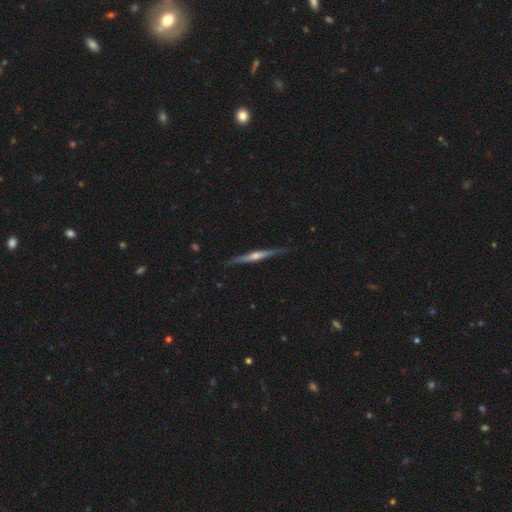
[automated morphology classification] The model was most divided on "smooth or featured": featured or disk: 77%, smooth: 17%, star or artifact: 5%. More confident: edge-on disk — yes (98%); merging — none (88%); edge-on bulge — rounded (78%).